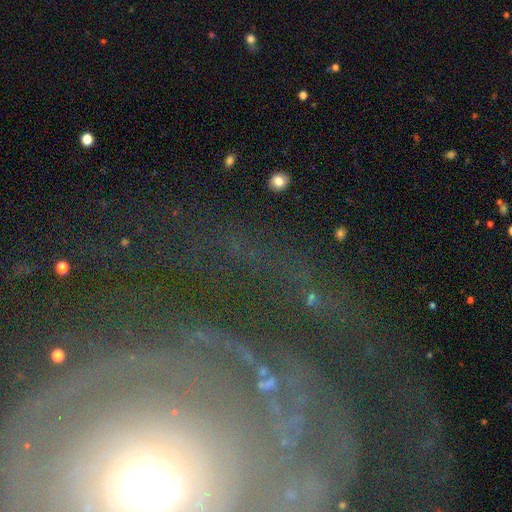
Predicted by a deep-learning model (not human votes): Smooth or featured? Predicted: featured or disk (p=0.52). Edge-on disk? Predicted: no (p=0.86). Merging? Predicted: none (p=0.66).